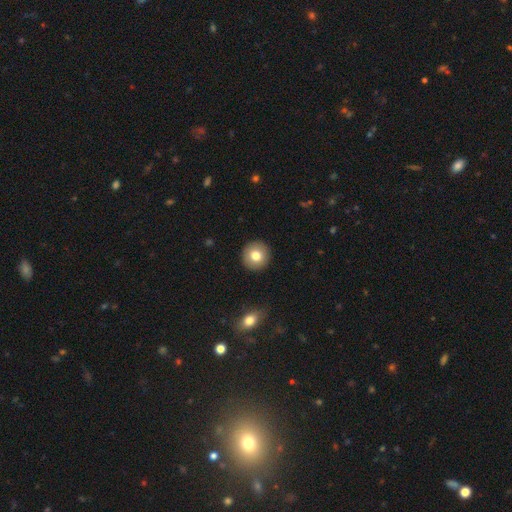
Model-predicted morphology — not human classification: Overall: smooth (79%). How rounded: round (95%). Merging: none (92%).